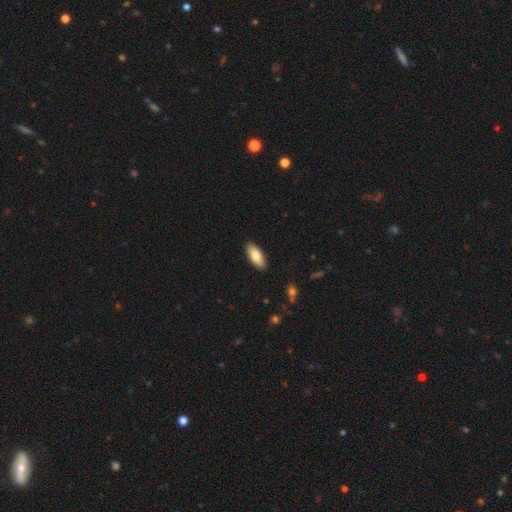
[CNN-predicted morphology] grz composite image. It shows a smooth galaxy with no disk features (80%) that is in between round and cigar-shaped (81%). Merging: none (90%).